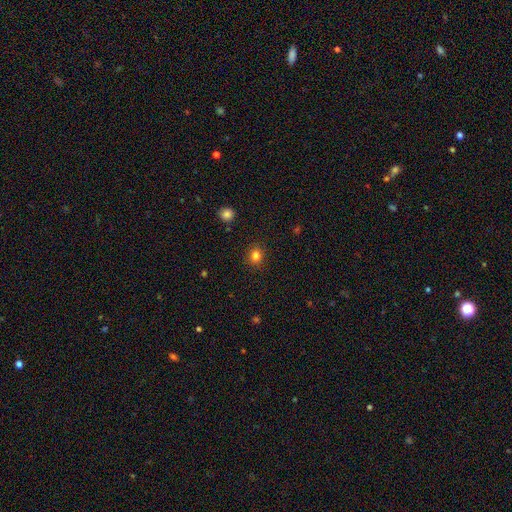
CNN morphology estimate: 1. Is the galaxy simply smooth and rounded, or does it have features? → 83% smooth, 12% star or artifact, 5% featured or disk.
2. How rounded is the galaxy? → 78% round, 21% in between, 1% cigar-shaped.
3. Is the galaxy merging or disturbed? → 89% none, 7% minor disturbance, 2% major disturbance, 1% merger.